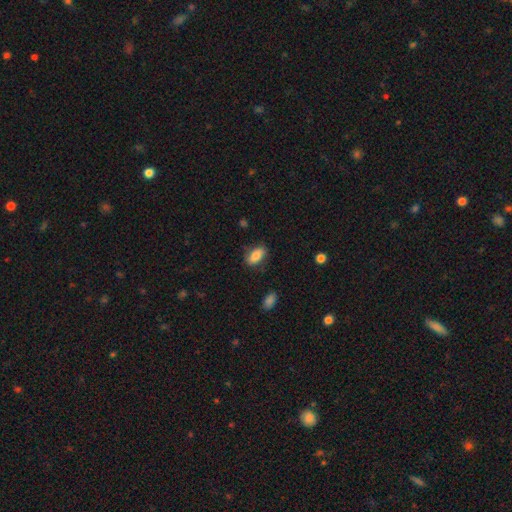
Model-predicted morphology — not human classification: Overall: smooth (82%). How rounded: in between (90%). Merging: none (80%).